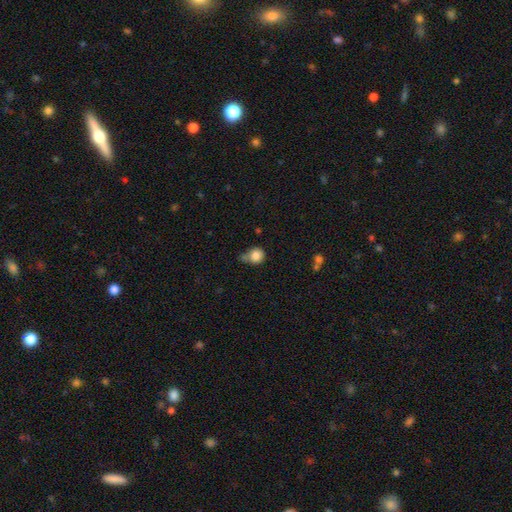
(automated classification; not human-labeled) Overall: smooth (82%). How rounded: round (83%). Merging: none (46%; minor disturbance 27%).